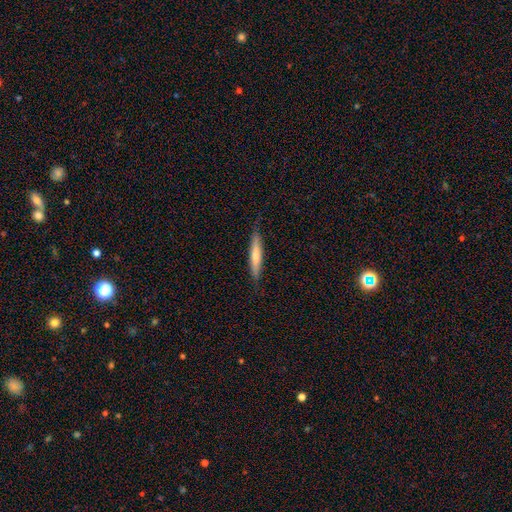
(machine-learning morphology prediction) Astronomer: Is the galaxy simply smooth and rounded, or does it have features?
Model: smooth — 67%.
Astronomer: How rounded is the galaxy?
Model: cigar-shaped — 90%.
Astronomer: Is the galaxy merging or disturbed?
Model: none — 83%.